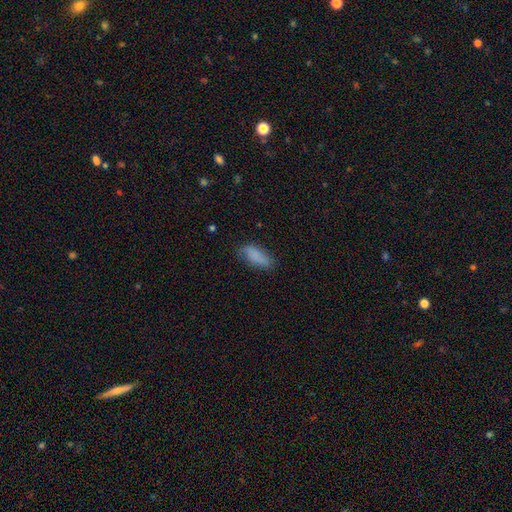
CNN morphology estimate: This is clearly a smooth galaxy (82%). How rounded: likely in between (80%). Merging: likely none (70%).